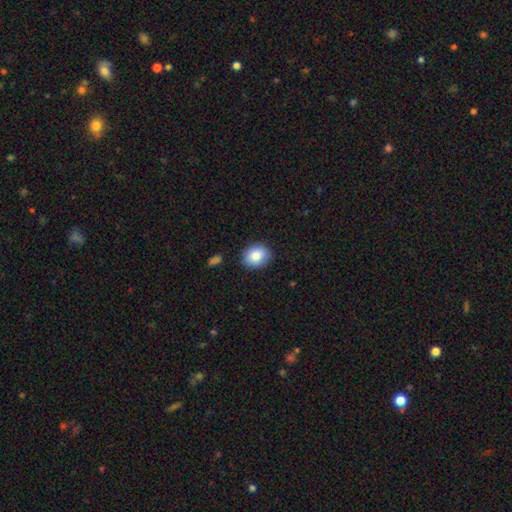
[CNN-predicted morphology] Smooth or featured? smooth (85%)
How rounded? in between (52%)
Merging? none (86%)